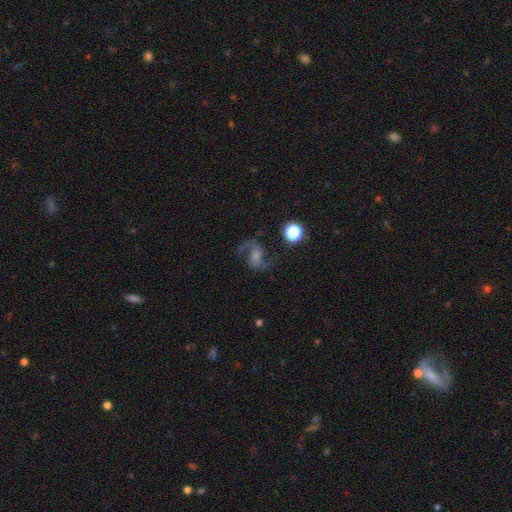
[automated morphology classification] smooth-or-featured: featured or disk: 82% | star or artifact: 10% | smooth: 8%
  disk-edge-on: no: 98% | yes: 2%
    bar: no: 45% | weak: 42% | strong: 13%
    has-spiral-arms: yes: 96% | no: 4%
      spiral-winding: loose: 57% | medium: 37% | tight: 6%
      spiral-arm-count: 2: 93% | 1: 2% | can't tell: 2% | 3: 1% | 4: 1% | more than 4: 1%
    bulge-size: moderate: 41% | small: 38% | none: 11% | large: 8% | dominant: 2%
  merging: none: 74% | minor disturbance: 13% | major disturbance: 10% | merger: 3%